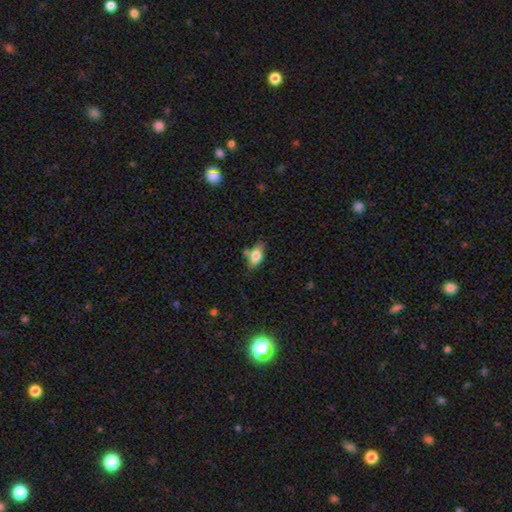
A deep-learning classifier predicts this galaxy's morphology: Smooth or featured: smooth — 79% (featured or disk — 13%)
How rounded: in between — 88% (cigar-shaped — 7%)
Merging: none — 68% (minor disturbance — 18%)